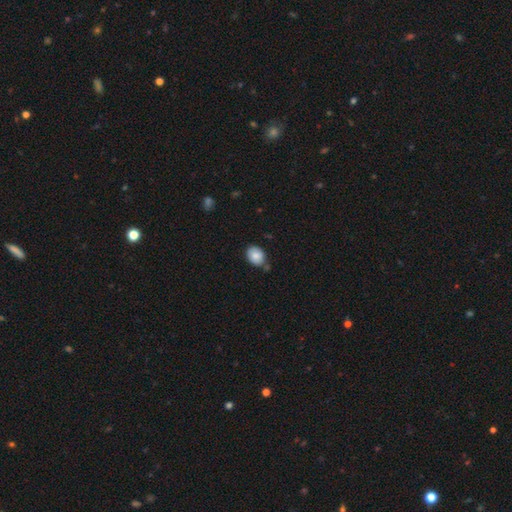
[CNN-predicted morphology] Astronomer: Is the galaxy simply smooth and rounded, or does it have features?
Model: smooth — 84%.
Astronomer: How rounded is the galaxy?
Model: in between — 57% (runner-up: round, 42%).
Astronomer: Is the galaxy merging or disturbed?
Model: none — 71%.